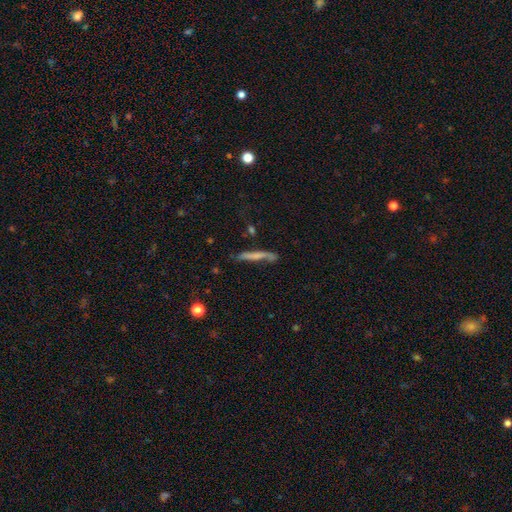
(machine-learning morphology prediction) type=smooth (57%); roundness=cigar-shaped (93%); merging=none (62%).